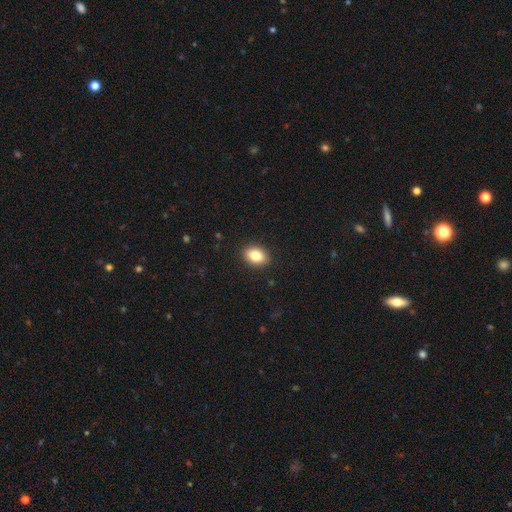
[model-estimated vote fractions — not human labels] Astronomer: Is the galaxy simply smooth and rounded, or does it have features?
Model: smooth — 84%.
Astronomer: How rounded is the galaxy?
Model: in between — 75%.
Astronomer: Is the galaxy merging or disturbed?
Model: none — 90%.